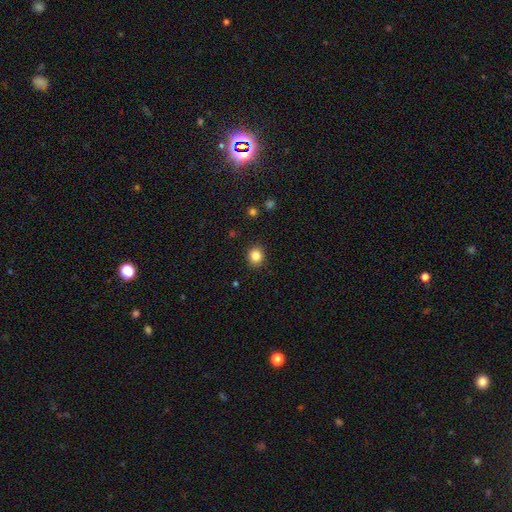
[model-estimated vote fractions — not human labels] Overall: smooth (84%). How rounded: round (79%). Merging: none (90%).